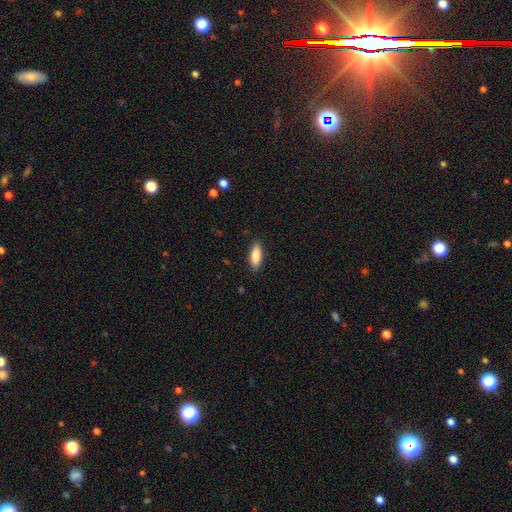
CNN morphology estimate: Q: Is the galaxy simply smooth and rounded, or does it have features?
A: smooth — 86%.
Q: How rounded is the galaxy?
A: in between — 74%.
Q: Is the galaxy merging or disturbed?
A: none — 87%.